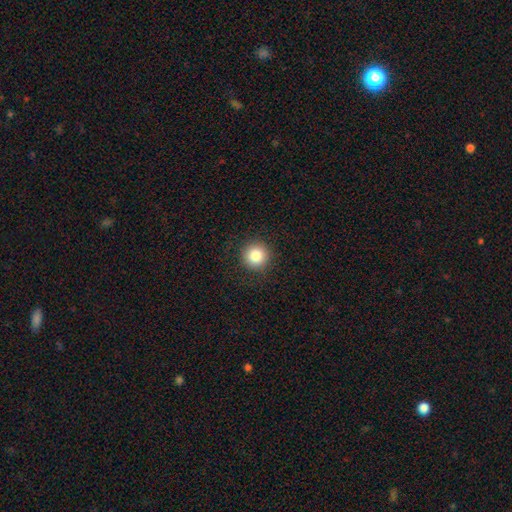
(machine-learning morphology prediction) Smooth or featured?
  - smooth: 84% *
  - star or artifact: 10%
  - featured or disk: 6%
How rounded?
  - round: 95% *
  - in between: 4%
  - cigar-shaped: 1%
Merging?
  - none: 90% *
  - minor disturbance: 6%
  - major disturbance: 2%
  - merger: 1%